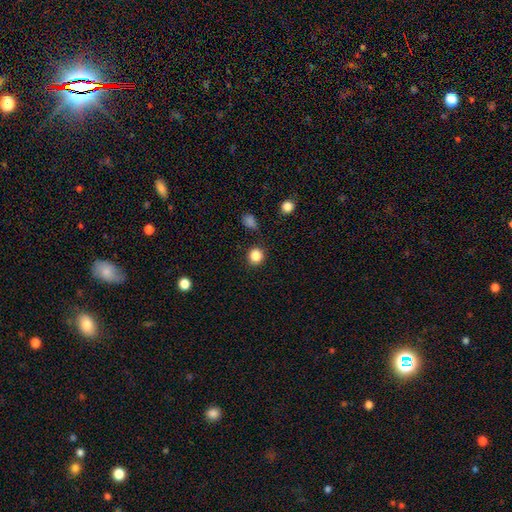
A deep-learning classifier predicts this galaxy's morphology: Smooth or featured?
  - smooth: 86% *
  - star or artifact: 11%
  - featured or disk: 3%
How rounded?
  - round: 91% *
  - in between: 8%
  - cigar-shaped: 1%
Merging?
  - none: 88% *
  - minor disturbance: 7%
  - major disturbance: 3%
  - merger: 2%